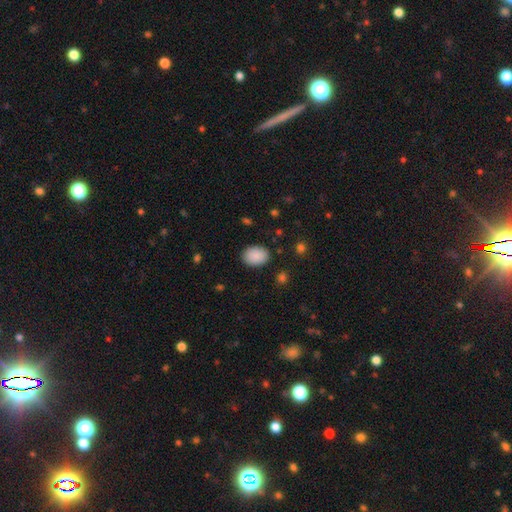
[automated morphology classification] The model was most divided on "how rounded": in between: 71%, round: 28%, cigar-shaped: 1%. More confident: smooth or featured — smooth (90%); merging — none (87%).